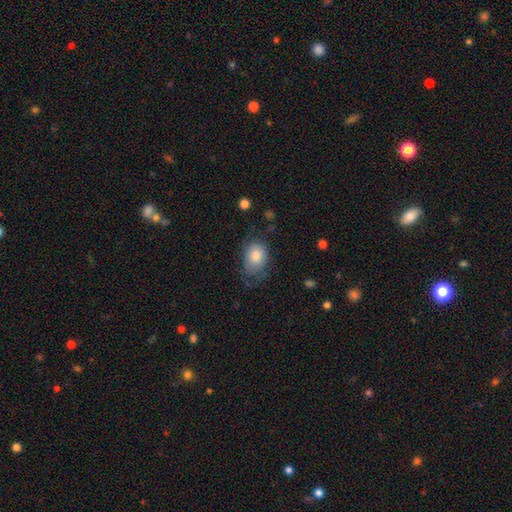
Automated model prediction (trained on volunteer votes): Smooth or featured?
  - smooth: 78% *
  - featured or disk: 14%
  - star or artifact: 8%
How rounded?
  - in between: 70% *
  - round: 29%
  - cigar-shaped: 1%
Merging?
  - none: 51% *
  - minor disturbance: 31%
  - major disturbance: 16%
  - merger: 2%